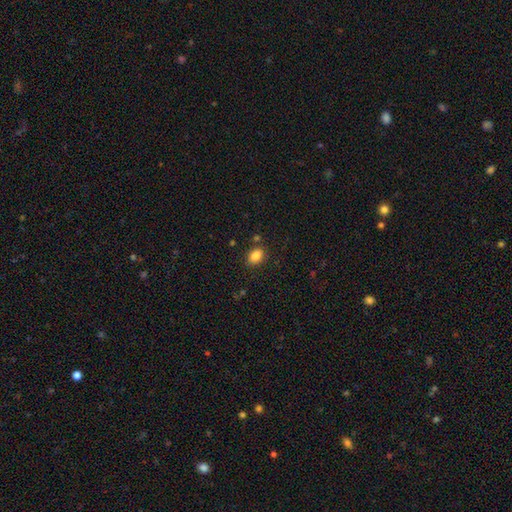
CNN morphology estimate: This is clearly a smooth galaxy (86%). How rounded: likely in between (78%). Merging: clearly none (82%).